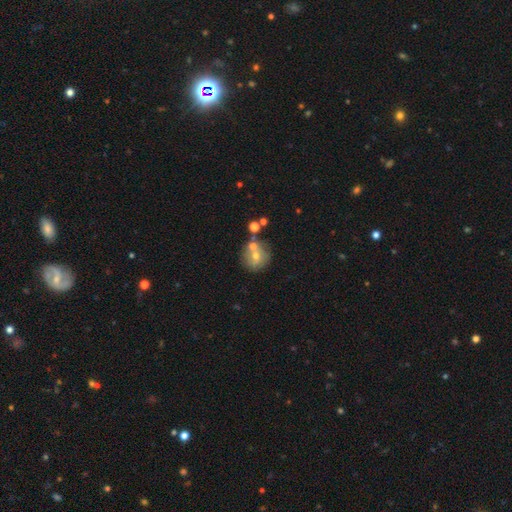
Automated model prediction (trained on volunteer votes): smooth_or_featured: smooth (p=0.54) [alt: featured or disk p=0.34]
how_rounded: round (p=0.87) [alt: in between p=0.12]
merging: none (p=0.57) [alt: merger p=0.24]